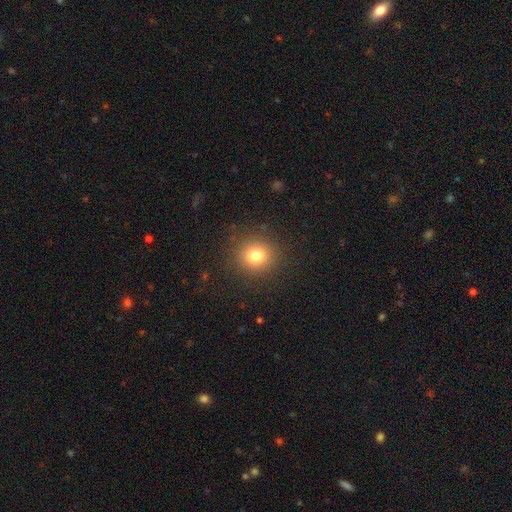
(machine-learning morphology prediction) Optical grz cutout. It shows a smooth galaxy with no disk features (78%) that is round (90%). Merging: none (89%).